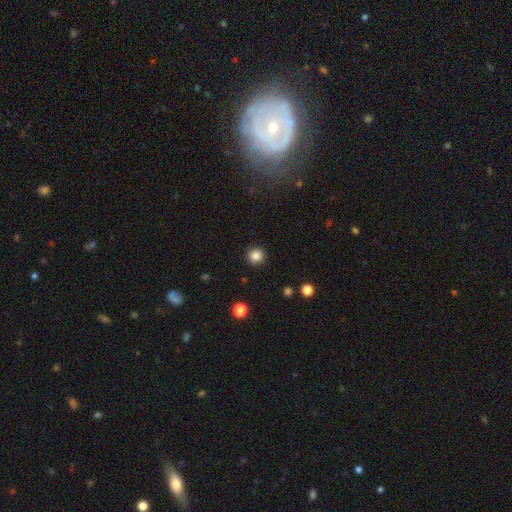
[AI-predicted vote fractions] smooth 85%, star or artifact 11%, featured or disk 3%. Down the decision tree: how rounded — round (94%); merging — none (92%).